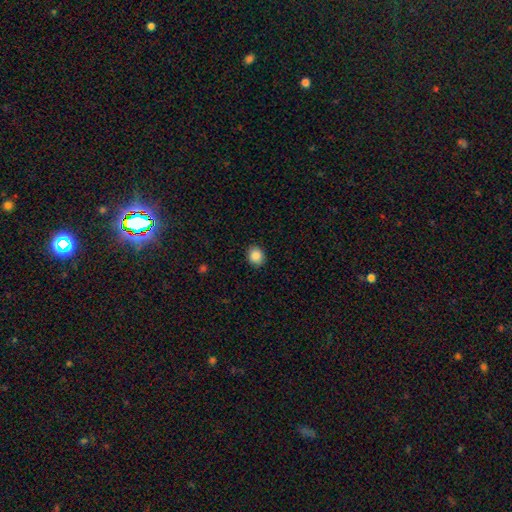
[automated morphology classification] type=smooth (88%); roundness=round (73%); merging=none (89%).